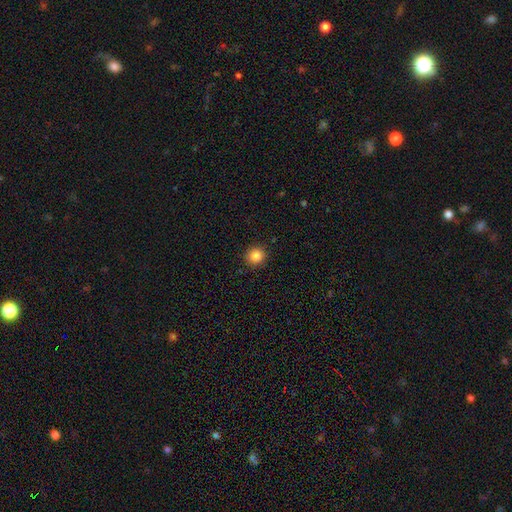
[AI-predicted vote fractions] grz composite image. It shows a smooth galaxy with no disk features (86%) that is round (91%). Merging: none (91%).